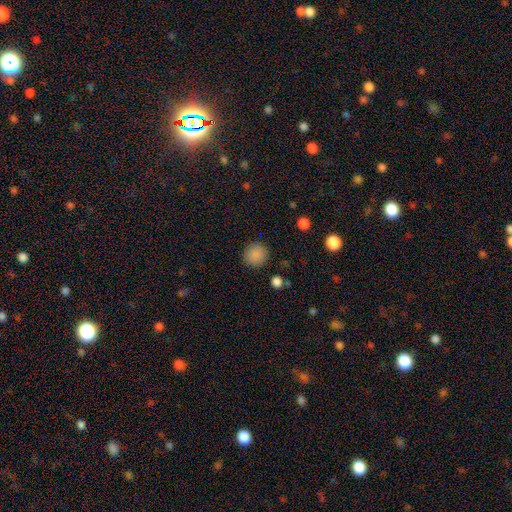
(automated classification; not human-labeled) smooth_or_featured: smooth (p=0.87) [alt: star or artifact p=0.10]
how_rounded: round (p=0.92) [alt: in between p=0.07]
merging: none (p=0.89) [alt: minor disturbance p=0.07]